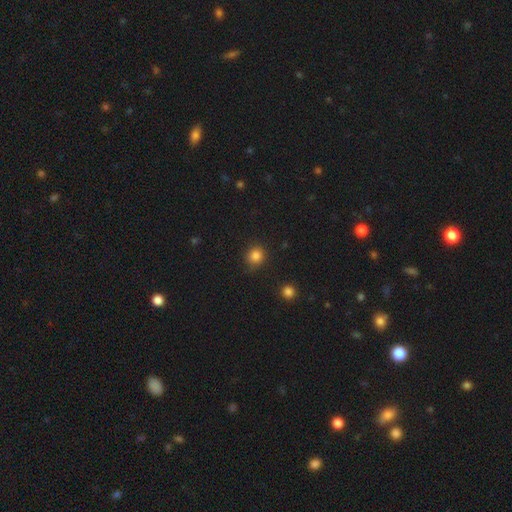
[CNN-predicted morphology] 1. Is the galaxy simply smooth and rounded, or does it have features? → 83% smooth, 12% star or artifact, 5% featured or disk.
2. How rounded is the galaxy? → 88% round, 11% in between, 1% cigar-shaped.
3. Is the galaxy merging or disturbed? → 84% none, 12% minor disturbance, 3% major disturbance, 2% merger.